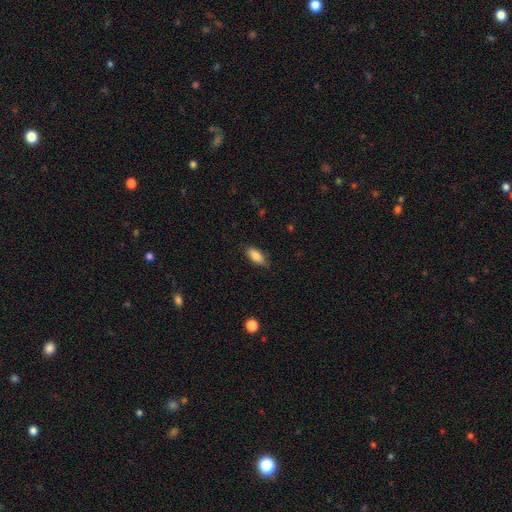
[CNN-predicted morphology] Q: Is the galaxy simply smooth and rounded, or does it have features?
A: smooth — 84%.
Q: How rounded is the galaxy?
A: in between — 82%.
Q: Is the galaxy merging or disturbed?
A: none — 79%.